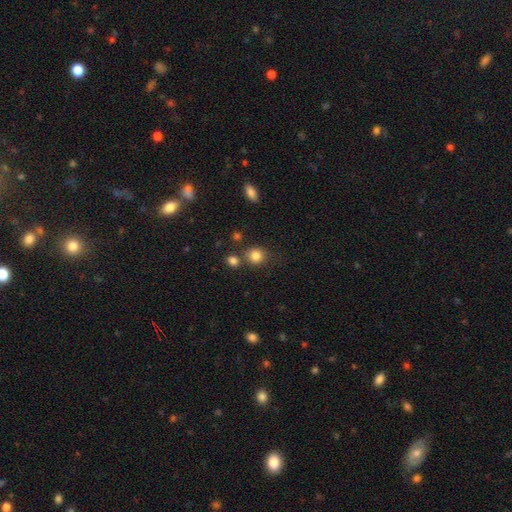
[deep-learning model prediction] A smooth galaxy with no disk features (83%) that is round (81%). Merging: none (72%).